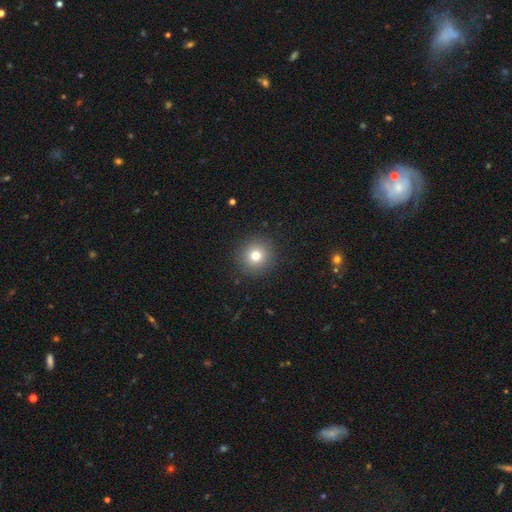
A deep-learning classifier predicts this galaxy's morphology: Smooth or featured? smooth (77%)
How rounded? round (93%)
Merging? none (91%)